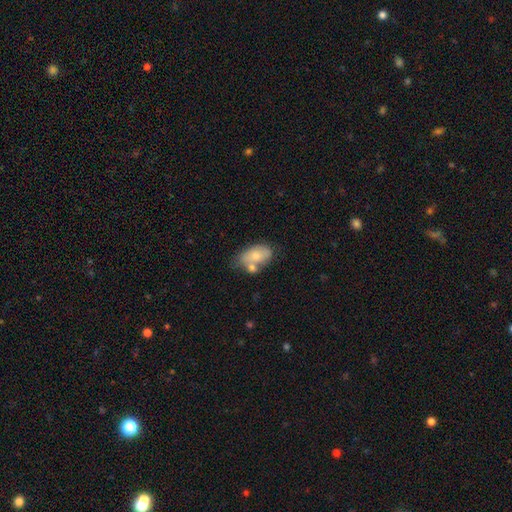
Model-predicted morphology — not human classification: A smooth galaxy with no disk features (70%) that is in between round and cigar-shaped (90%).

Vote fractions:
- Smooth or featured? smooth: 70% / featured or disk: 23% / star or artifact: 7%
- How rounded? in between: 90% / round: 9% / cigar-shaped: 2%
- Merging? none: 39% / merger: 32% / minor disturbance: 22% / major disturbance: 8%